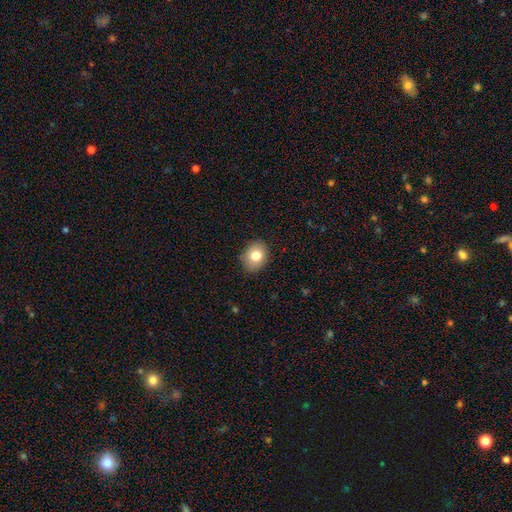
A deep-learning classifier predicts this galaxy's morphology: This appears to be a smooth galaxy with no disk features (80%) that is round (51%). Merging: none (87%).